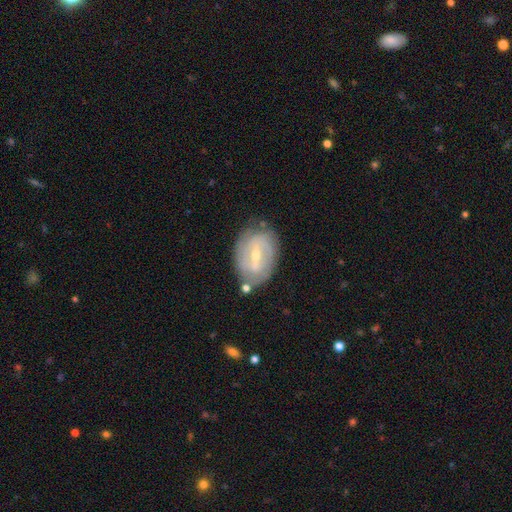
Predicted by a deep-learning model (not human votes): This is likely a featured or disk galaxy (77%). It is clearly not viewed edge-on (95%). Bar: possibly weak (50%). Spiral arm pattern: clearly yes (80%). Spiral arm count: possibly 2 (53%). Spiral winding: possibly tight (55%). Central bulge: possibly small (55%). Merging: likely none (71%).